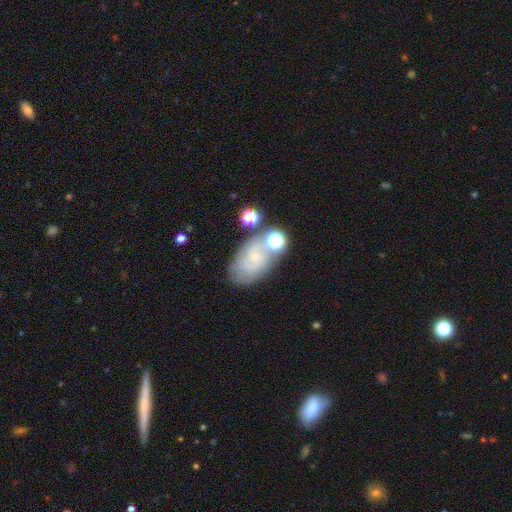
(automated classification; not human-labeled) Q: Smooth or featured?
A: smooth (41%); runner-up: featured or disk (40%)
Q: Merging?
A: none (55%); runner-up: minor disturbance (19%)